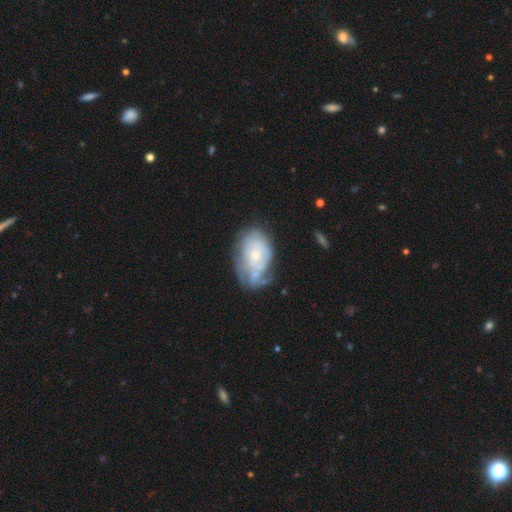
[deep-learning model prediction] Overall: featured or disk (58%; smooth 34%). Edge-on disk: no (96%). Bar: no (82%). Spiral arms: yes (59%; no 41%). Bulge size: small (66%; moderate 28%). Merging: none (40%; minor disturbance 30%).